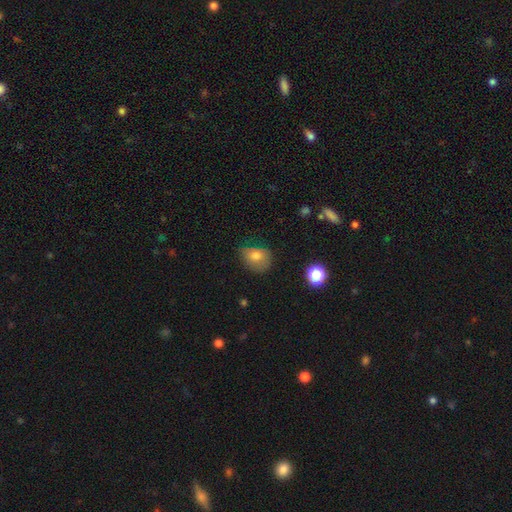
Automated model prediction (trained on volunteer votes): Smooth or featured: smooth — 73% (featured or disk — 16%)
How rounded: in between — 59% (round — 40%)
Merging: none — 43% (minor disturbance — 38%)